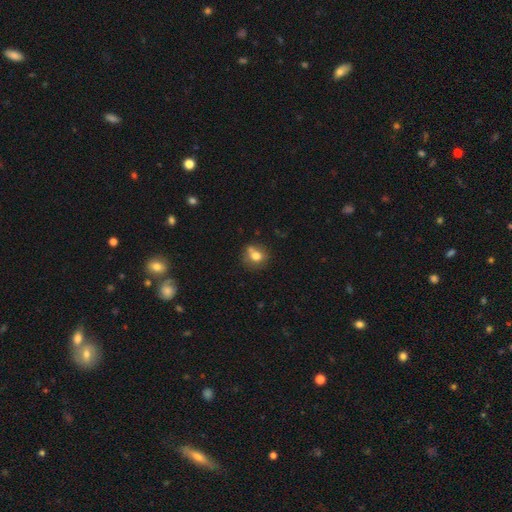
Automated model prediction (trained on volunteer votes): Smooth or featured? smooth (72%)
How rounded? round (68%)
Merging? none (56%)